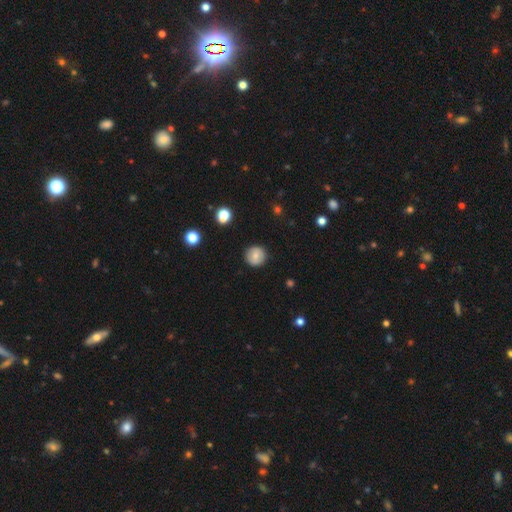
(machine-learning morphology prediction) This appears to be a smooth galaxy with no disk features (74%) that is round (94%). Merging: none (90%).